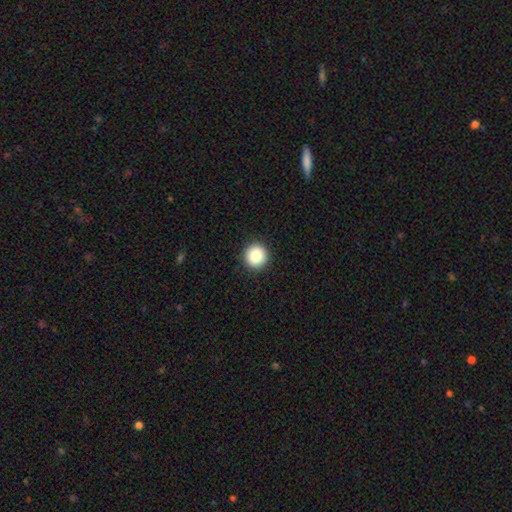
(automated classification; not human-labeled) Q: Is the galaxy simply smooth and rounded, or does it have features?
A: smooth — 84%.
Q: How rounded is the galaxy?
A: round — 94%.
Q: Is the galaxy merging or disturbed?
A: none — 92%.